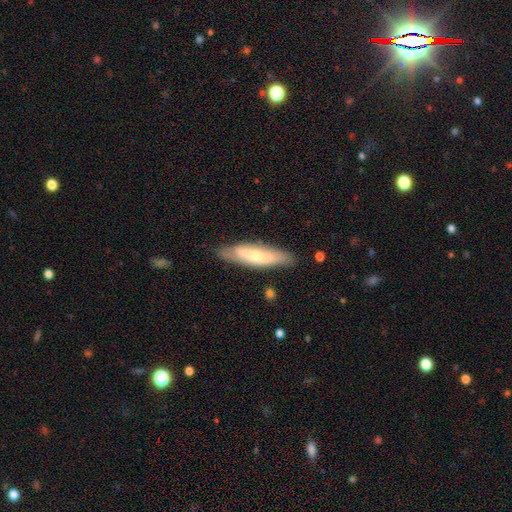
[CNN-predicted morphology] smooth 50%, featured or disk 44%, star or artifact 6%. Down the decision tree: how rounded — cigar-shaped (66%); merging — none (79%).